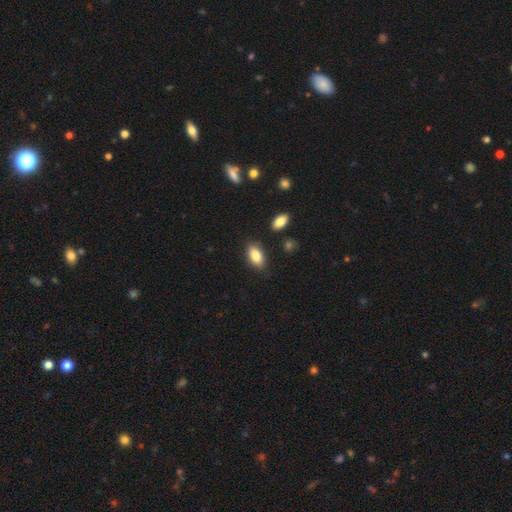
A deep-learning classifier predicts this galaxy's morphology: smooth_or_featured: smooth (p=0.86) [alt: star or artifact p=0.07]
how_rounded: in between (p=0.92) [alt: cigar-shaped p=0.04]
merging: none (p=0.84) [alt: minor disturbance p=0.11]